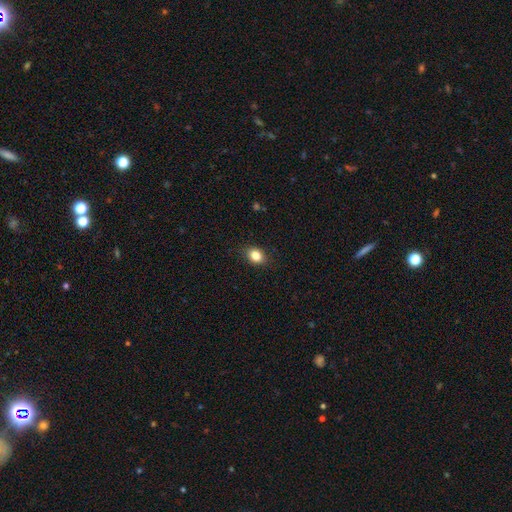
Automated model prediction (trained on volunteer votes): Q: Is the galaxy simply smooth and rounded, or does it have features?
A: smooth — 83%.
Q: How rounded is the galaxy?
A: in between — 62%.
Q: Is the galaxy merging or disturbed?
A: none — 87%.